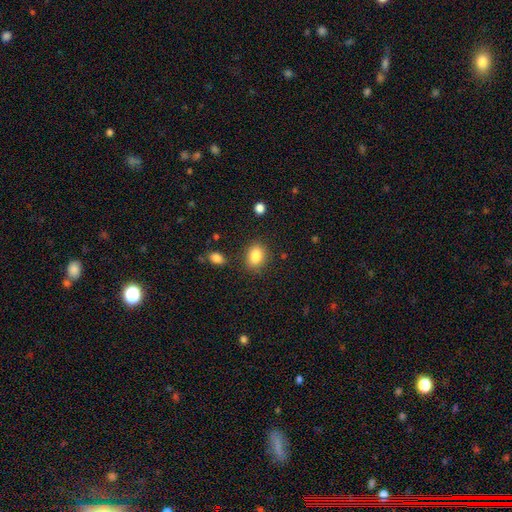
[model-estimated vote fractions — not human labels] This appears to be a smooth galaxy with no disk features (85%) that is in between round and cigar-shaped (65%). Merging: none (81%).